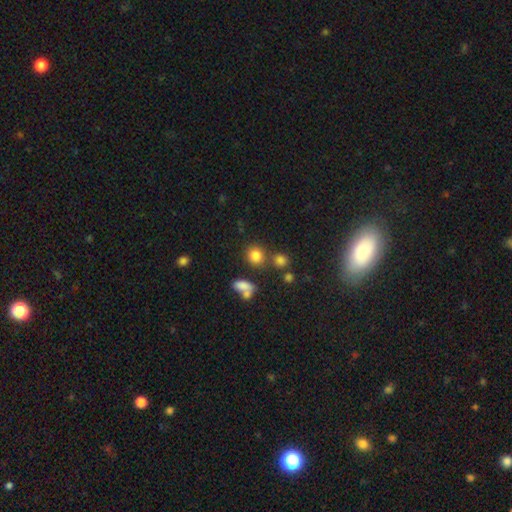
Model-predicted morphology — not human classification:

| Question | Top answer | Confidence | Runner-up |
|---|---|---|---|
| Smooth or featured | smooth | 80% | star or artifact (13%) |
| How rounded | round | 79% | in between (19%) |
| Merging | none | 70% | merger (15%) |